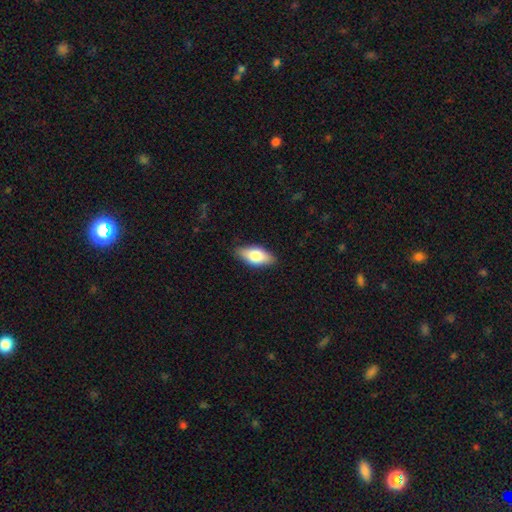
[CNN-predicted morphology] Smooth or featured? smooth (73%)
How rounded? in between (87%)
Merging? none (85%)